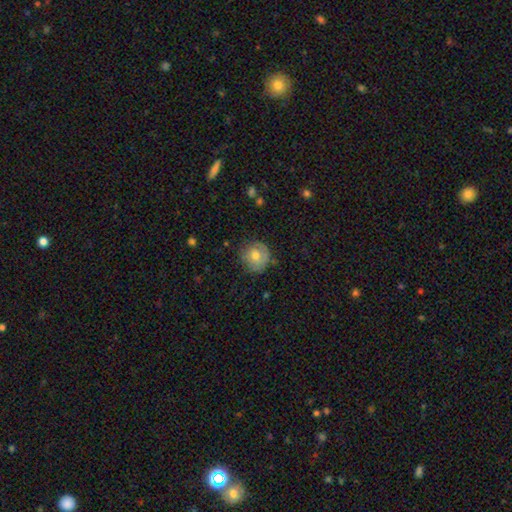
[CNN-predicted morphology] Smooth or featured: smooth — 69% (featured or disk — 22%)
How rounded: round — 90% (in between — 9%)
Merging: none — 73% (minor disturbance — 20%)